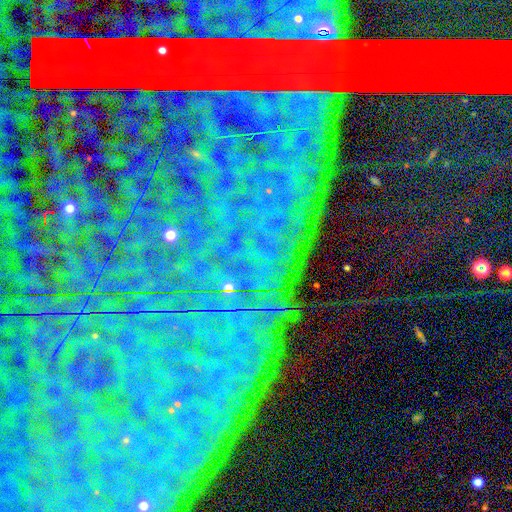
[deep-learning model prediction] A star or artifact, not a galaxy (86%).

Vote fractions:
- Smooth or featured? star or artifact: 86% / featured or disk: 8% / smooth: 7%